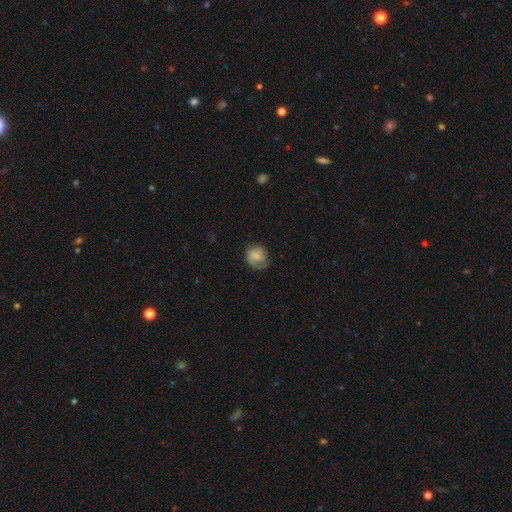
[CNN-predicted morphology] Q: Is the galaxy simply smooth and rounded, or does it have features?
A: smooth — 51%.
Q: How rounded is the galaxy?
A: round — 68%.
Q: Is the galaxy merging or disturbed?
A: none — 61%.